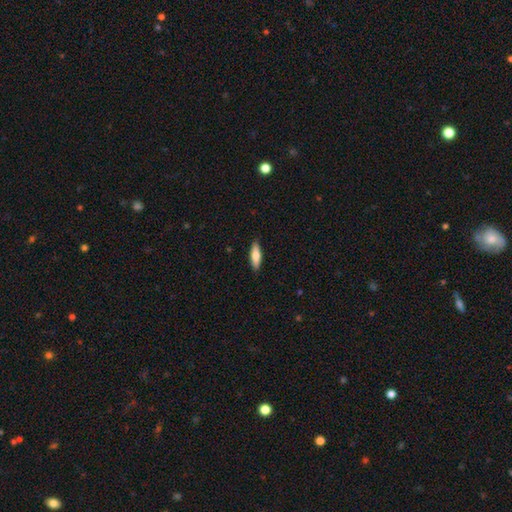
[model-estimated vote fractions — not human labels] The model was most divided on "how rounded": cigar-shaped: 56%, in between: 42%, round: 2%. More confident: merging — none (89%); smooth or featured — smooth (73%).